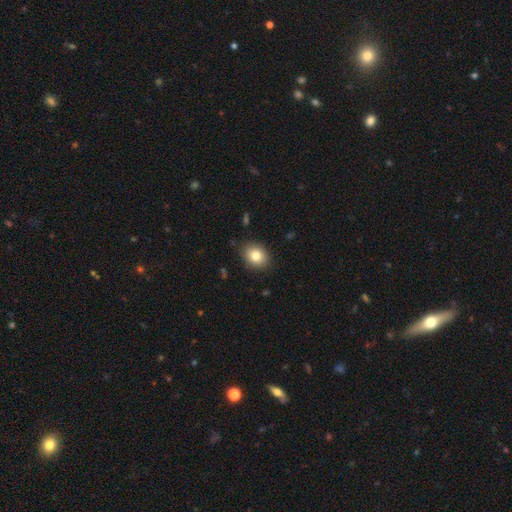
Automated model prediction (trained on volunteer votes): A smooth galaxy with no disk features (82%) that is in between round and cigar-shaped (53%). Merging: none (88%).